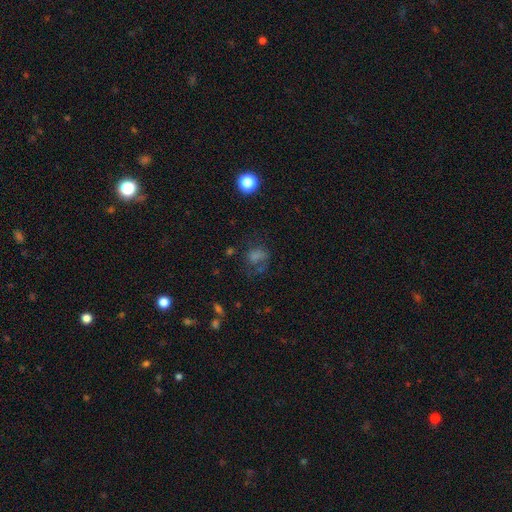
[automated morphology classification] Smooth or featured: smooth — 49% (star or artifact — 28%)
Merging: none — 49% (major disturbance — 27%)